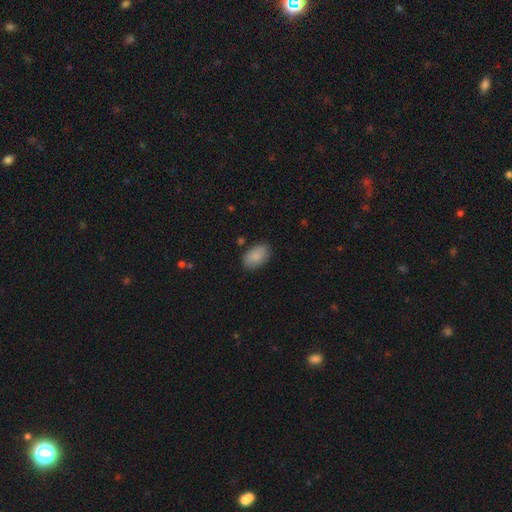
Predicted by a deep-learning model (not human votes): This appears to be a smooth galaxy with no disk features (88%) that is in between round and cigar-shaped (92%). Merging: none (84%).